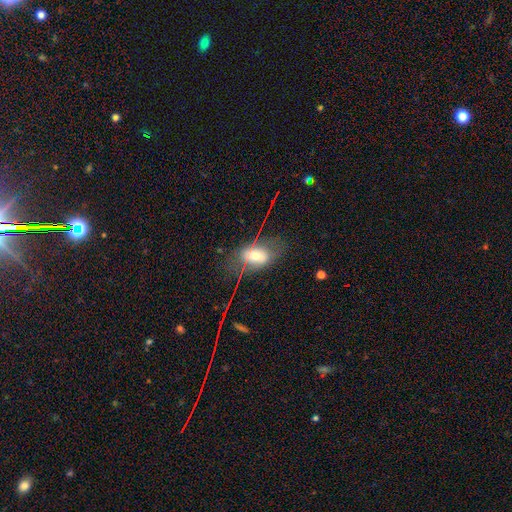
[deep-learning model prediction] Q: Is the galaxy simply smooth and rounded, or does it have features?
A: smooth — 56%.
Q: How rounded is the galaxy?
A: in between — 85%.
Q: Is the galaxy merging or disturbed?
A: none — 53%.